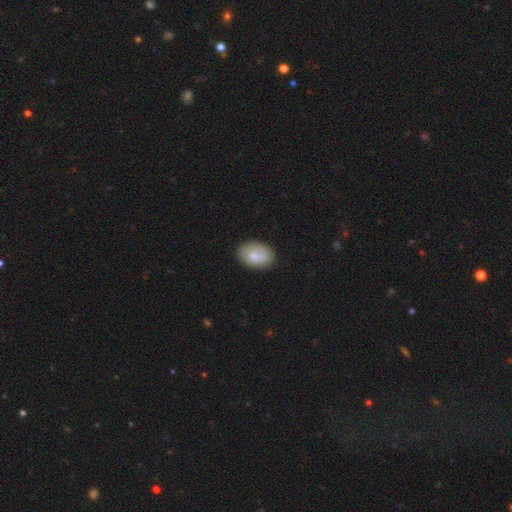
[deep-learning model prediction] Q: Smooth or featured?
A: smooth (77%); runner-up: featured or disk (16%)
Q: How rounded?
A: in between (83%); runner-up: round (16%)
Q: Merging?
A: none (80%); runner-up: minor disturbance (14%)